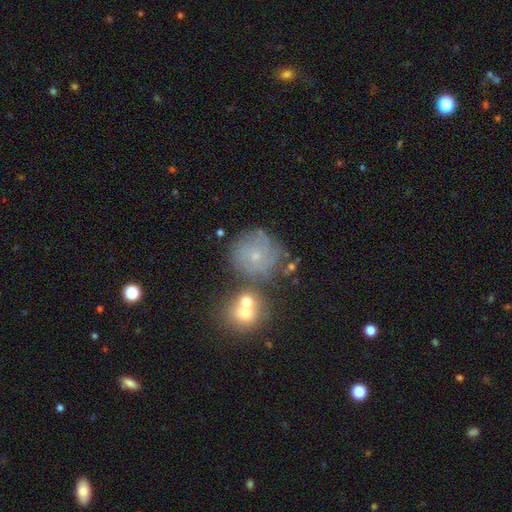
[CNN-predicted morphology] Smooth or featured?
  - featured or disk: 55% *
  - smooth: 31%
  - star or artifact: 14%
Edge-on disk?
  - no: 97% *
  - yes: 3%
Bar?
  - no: 82% *
  - weak: 15%
  - strong: 3%
Spiral arms?
  - yes: 77% *
  - no: 23%
Bulge size?
  - small: 78% *
  - moderate: 17%
  - none: 3%
  - large: 1%
  - dominant: 1%
Merging?
  - none: 63% *
  - minor disturbance: 16%
  - merger: 14%
  - major disturbance: 7%